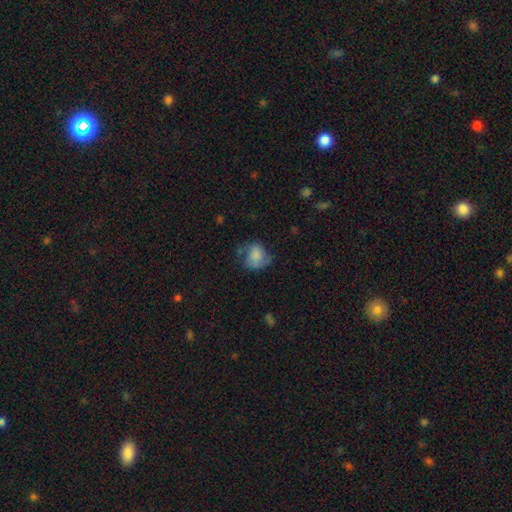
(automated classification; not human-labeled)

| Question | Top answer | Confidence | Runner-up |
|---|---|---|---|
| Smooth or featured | smooth | 67% | featured or disk (24%) |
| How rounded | round | 57% | in between (42%) |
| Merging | none | 43% | minor disturbance (33%) |